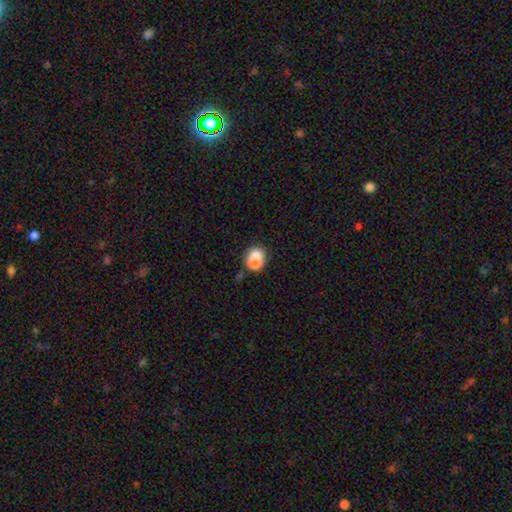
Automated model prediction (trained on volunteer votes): smooth-or-featured: smooth: 68% | featured or disk: 20% | star or artifact: 11%
  how-rounded: round: 58% | in between: 41% | cigar-shaped: 1%
  merging: merger: 53% | none: 31% | minor disturbance: 10% | major disturbance: 6%